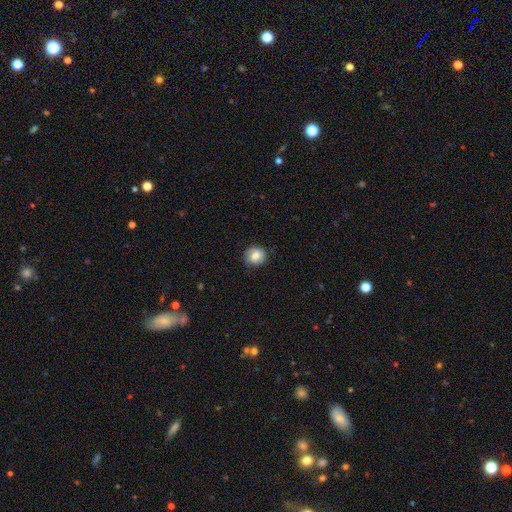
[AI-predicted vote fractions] Smooth or featured: smooth — 77% (featured or disk — 14%)
How rounded: round — 86% (in between — 13%)
Merging: none — 79% (minor disturbance — 16%)